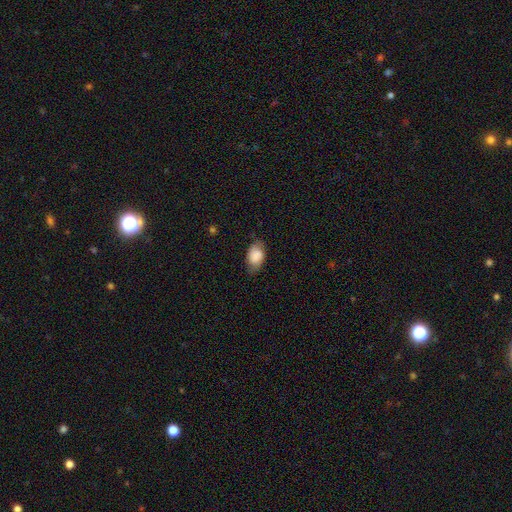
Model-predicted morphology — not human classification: A smooth galaxy with no disk features (77%) that is in between round and cigar-shaped (90%).

Vote fractions:
- Smooth or featured? smooth: 77% / featured or disk: 16% / star or artifact: 8%
- How rounded? in between: 90% / round: 8% / cigar-shaped: 2%
- Merging? none: 74% / minor disturbance: 20% / major disturbance: 5% / merger: 1%